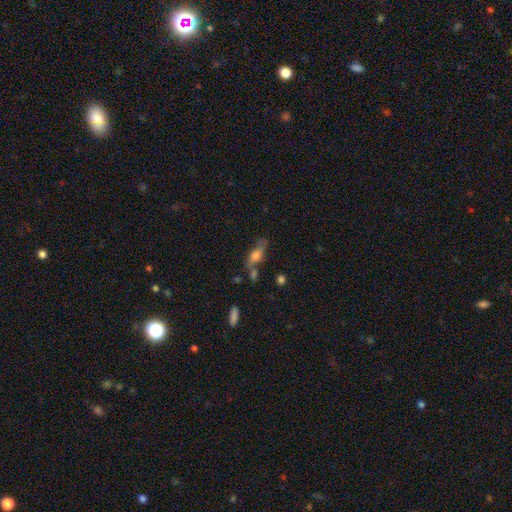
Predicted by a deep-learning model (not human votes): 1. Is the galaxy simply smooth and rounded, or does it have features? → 59% smooth, 32% featured or disk, 9% star or artifact.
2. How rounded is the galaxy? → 68% in between, 27% cigar-shaped, 5% round.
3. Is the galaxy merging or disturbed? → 53% none, 22% minor disturbance, 15% merger, 10% major disturbance.